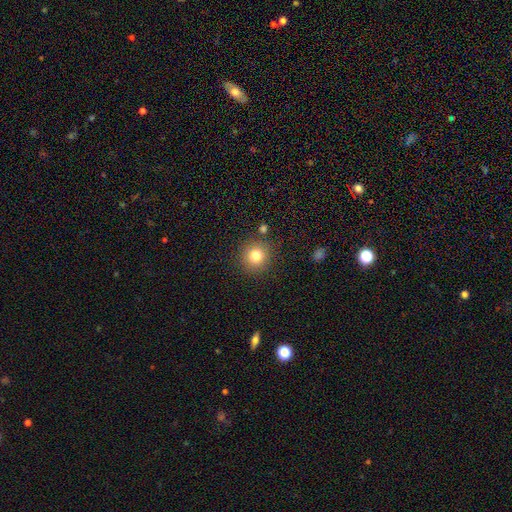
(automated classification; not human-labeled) This is likely a smooth galaxy (80%). How rounded: clearly round (93%). Merging: clearly none (87%).